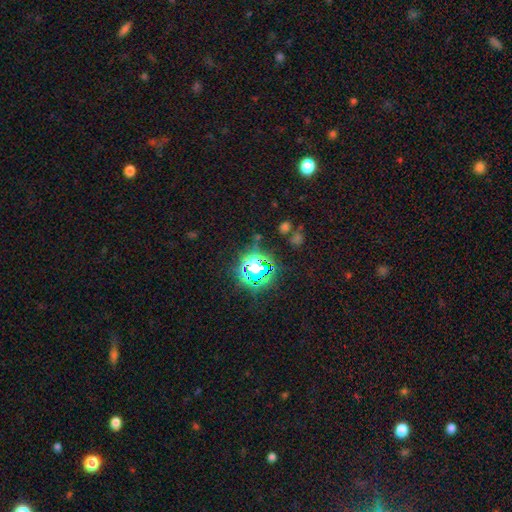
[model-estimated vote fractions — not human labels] Smooth or featured: star or artifact — 69% (smooth — 22%)